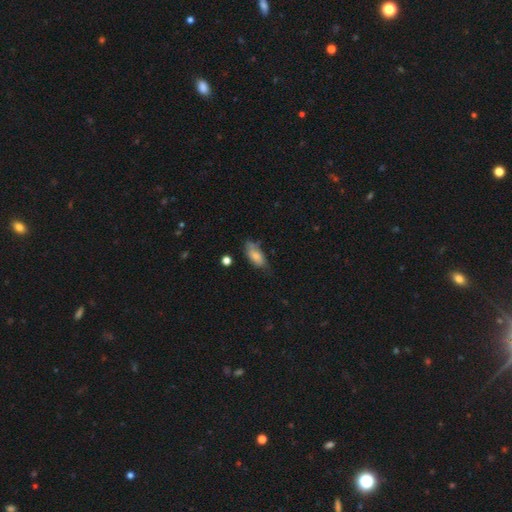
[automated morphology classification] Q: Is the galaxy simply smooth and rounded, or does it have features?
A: smooth — 76%.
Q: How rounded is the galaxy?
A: in between — 85%.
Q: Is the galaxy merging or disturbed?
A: none — 50%.